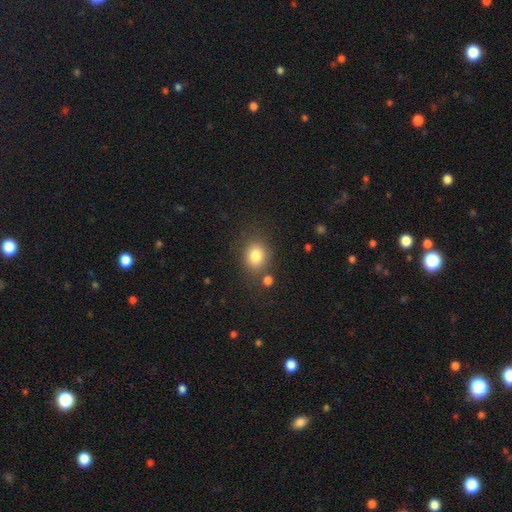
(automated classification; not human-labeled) Q: Smooth or featured?
A: smooth (82%); runner-up: star or artifact (11%)
Q: How rounded?
A: round (60%); runner-up: in between (39%)
Q: Merging?
A: none (74%); runner-up: minor disturbance (13%)